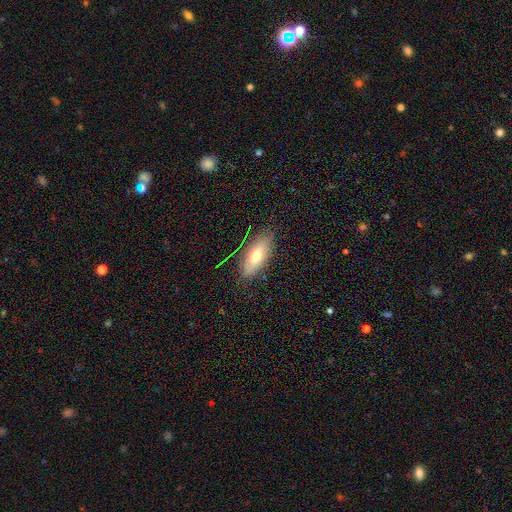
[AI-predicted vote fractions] Overall: smooth (68%). How rounded: in between (83%). Merging: none (81%).